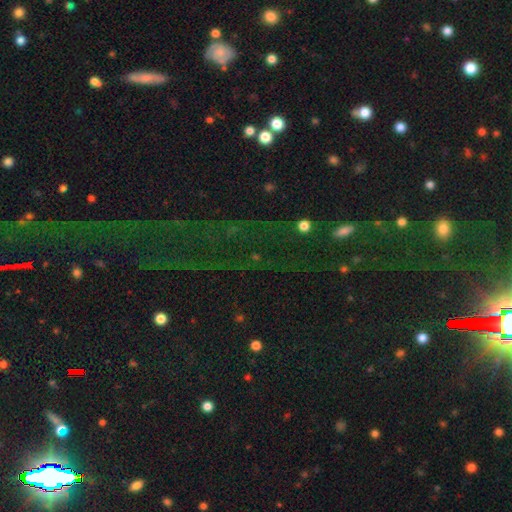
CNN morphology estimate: Smooth or featured?
  - star or artifact: 80% *
  - smooth: 11%
  - featured or disk: 9%